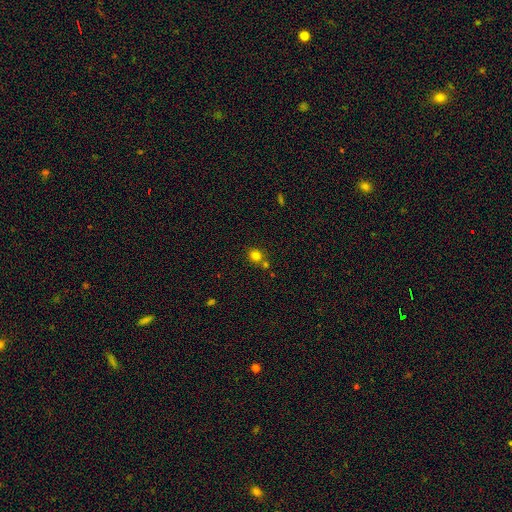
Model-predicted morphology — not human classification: Smooth or featured? Predicted: smooth (p=0.80). How rounded? Predicted: round (p=0.81). Merging? Predicted: none (p=0.66).